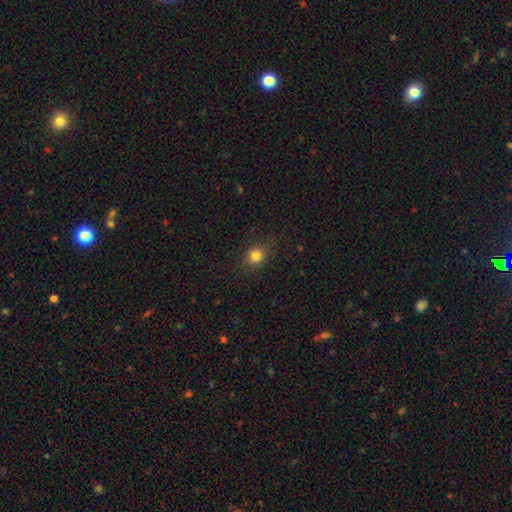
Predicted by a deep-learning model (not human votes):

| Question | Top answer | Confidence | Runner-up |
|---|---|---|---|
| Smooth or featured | smooth | 81% | star or artifact (13%) |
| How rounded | round | 74% | in between (24%) |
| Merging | none | 86% | minor disturbance (10%) |